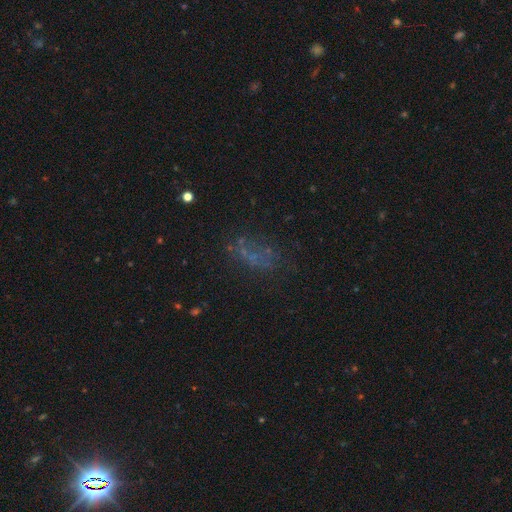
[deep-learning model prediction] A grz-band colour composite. It shows a smooth galaxy with no disk features (40%). Merging: none (54%).